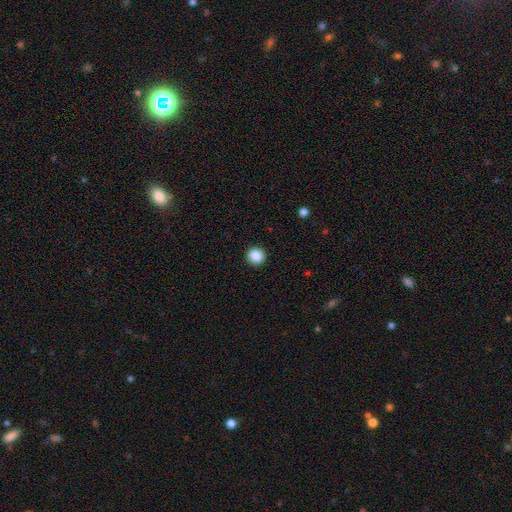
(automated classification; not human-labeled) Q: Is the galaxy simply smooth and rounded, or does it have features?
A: smooth — 87%.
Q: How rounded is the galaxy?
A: round — 93%.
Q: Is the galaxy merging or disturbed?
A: none — 93%.